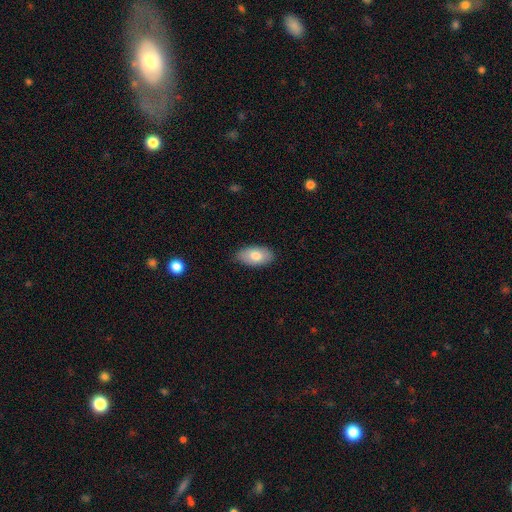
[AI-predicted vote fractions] A smooth galaxy with no disk features (78%) that is in between round and cigar-shaped (94%). Merging: none (82%).